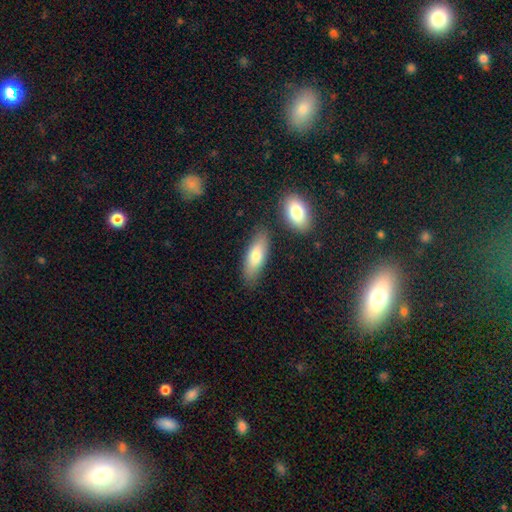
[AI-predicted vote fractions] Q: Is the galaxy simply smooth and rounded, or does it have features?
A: smooth — 74%.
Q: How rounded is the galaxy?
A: in between — 67%.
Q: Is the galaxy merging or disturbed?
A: none — 79%.